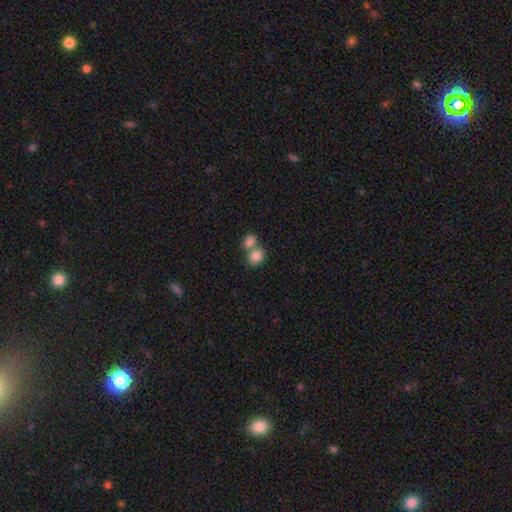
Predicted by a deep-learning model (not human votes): Smooth or featured? Predicted: smooth (p=0.84). How rounded? Predicted: in between (p=0.57). Merging? Predicted: merger (p=0.55).